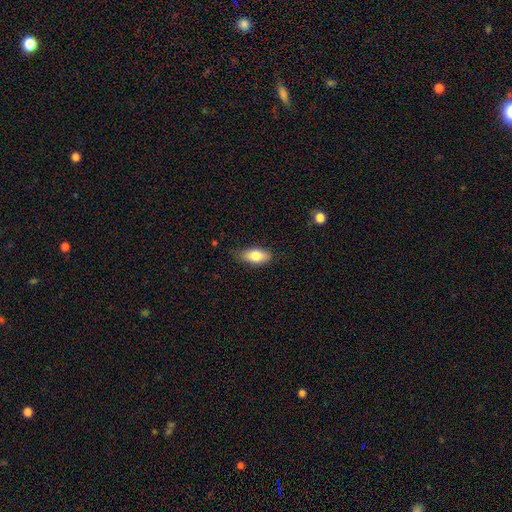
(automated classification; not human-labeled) This appears to be a smooth galaxy with no disk features (81%) that is in between round and cigar-shaped (88%). Merging: none (77%).